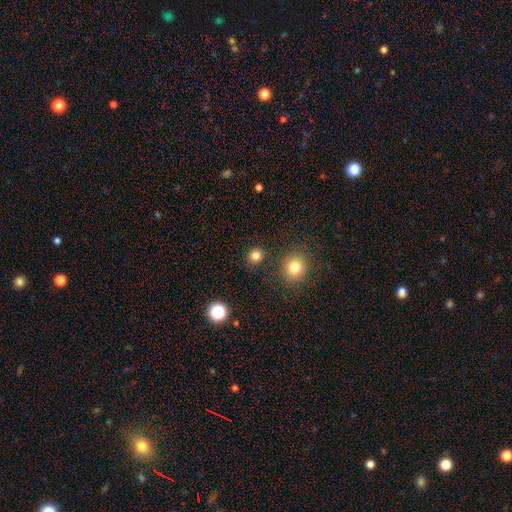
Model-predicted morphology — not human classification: A smooth galaxy with no disk features (81%) that is round (88%). Merging: none (88%).